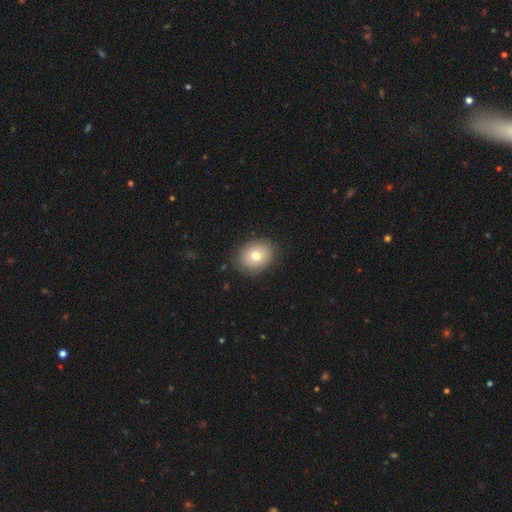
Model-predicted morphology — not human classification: The model was most divided on "how rounded": in between: 51%, round: 49%, cigar-shaped: 1%. More confident: merging — none (85%); smooth or featured — smooth (75%).